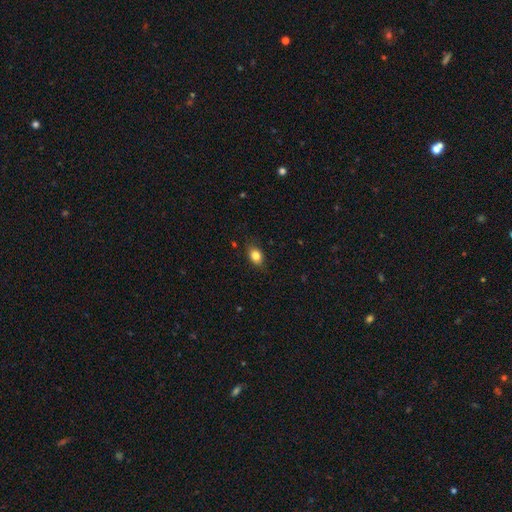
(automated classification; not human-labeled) Smooth or featured? Predicted: smooth (p=0.83). How rounded? Predicted: in between (p=0.74). Merging? Predicted: none (p=0.83).